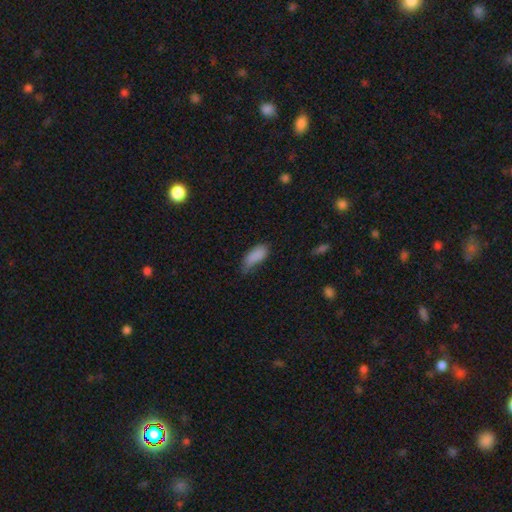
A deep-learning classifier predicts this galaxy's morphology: Smooth or featured? smooth (86%)
How rounded? in between (86%)
Merging? none (44%)